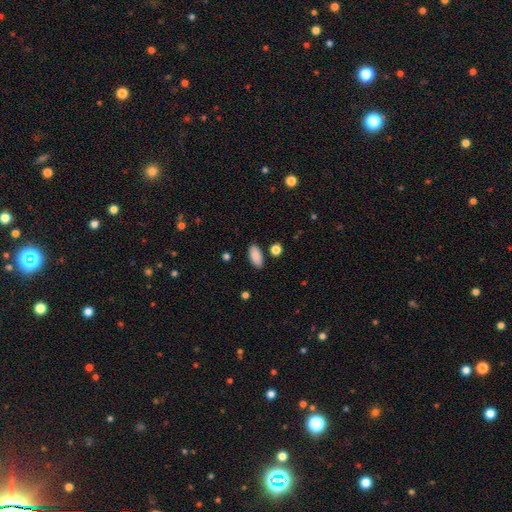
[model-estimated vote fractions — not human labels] Smooth or featured? Predicted: smooth (p=0.89). How rounded? Predicted: in between (p=0.91). Merging? Predicted: none (p=0.86).